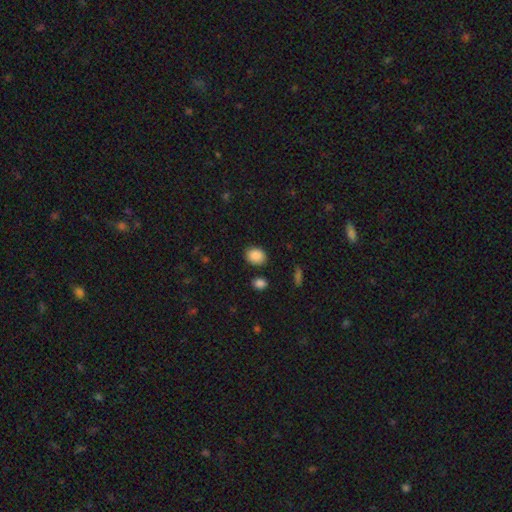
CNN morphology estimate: smooth-or-featured: smooth: 88% | star or artifact: 8% | featured or disk: 4%
  how-rounded: in between: 51% | round: 48% | cigar-shaped: 1%
  merging: none: 85% | minor disturbance: 9% | merger: 3% | major disturbance: 3%